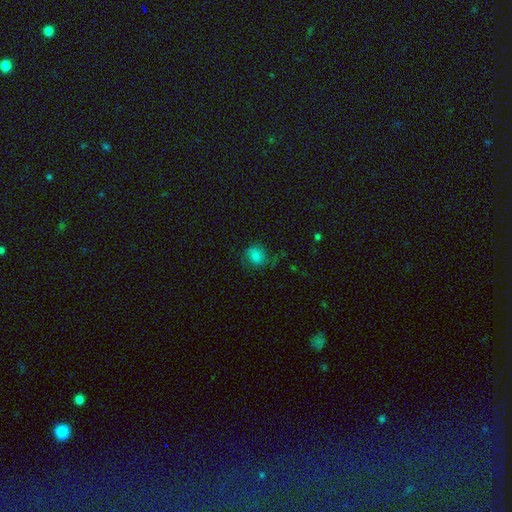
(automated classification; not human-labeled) smooth-or-featured: smooth: 74% | featured or disk: 17% | star or artifact: 9%
  how-rounded: round: 72% | in between: 27% | cigar-shaped: 1%
  merging: none: 68% | minor disturbance: 21% | major disturbance: 9% | merger: 1%